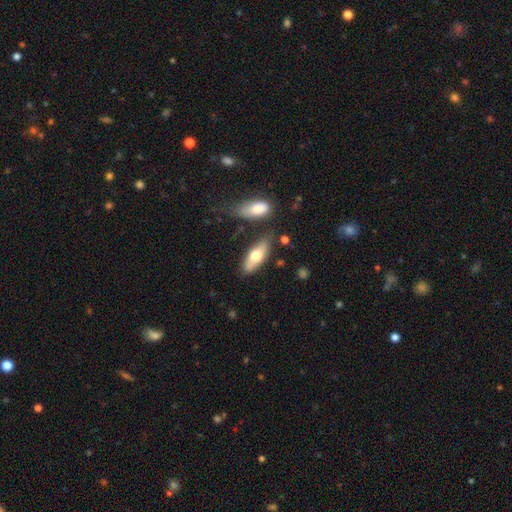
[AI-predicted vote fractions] A smooth galaxy with no disk features (62%) that is in between round and cigar-shaped (68%). Merging: none (70%).